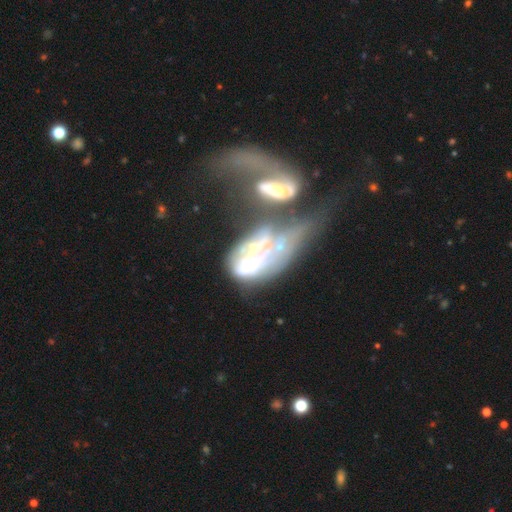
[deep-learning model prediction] Smooth or featured? Predicted: featured or disk (p=0.68). Edge-on disk? Predicted: no (p=0.92). Bar? Predicted: no (p=0.71). Spiral arms? Predicted: no (p=0.63). Bulge size? Predicted: none (p=0.38). Merging? Predicted: merger (p=0.62).